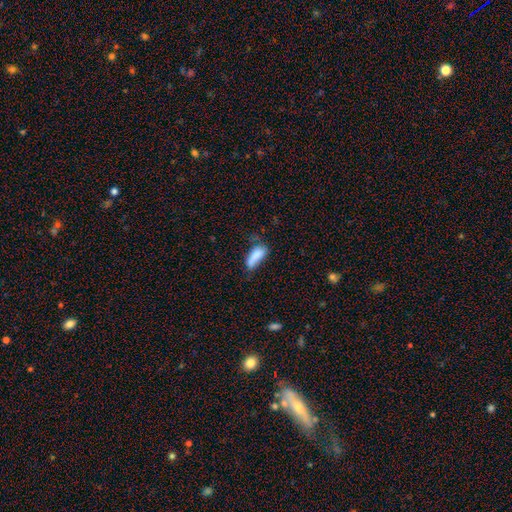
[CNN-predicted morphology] The model was most divided on "merging": none: 34%, minor disturbance: 32%, major disturbance: 21%, merger: 13%. More confident: smooth or featured — smooth (78%); how rounded — in between (73%).